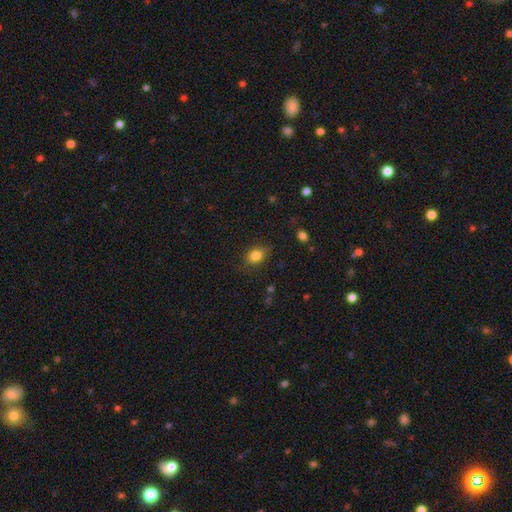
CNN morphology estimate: The model was most divided on "how rounded": in between: 75%, round: 23%, cigar-shaped: 2%. More confident: smooth or featured — smooth (83%); merging — none (81%).